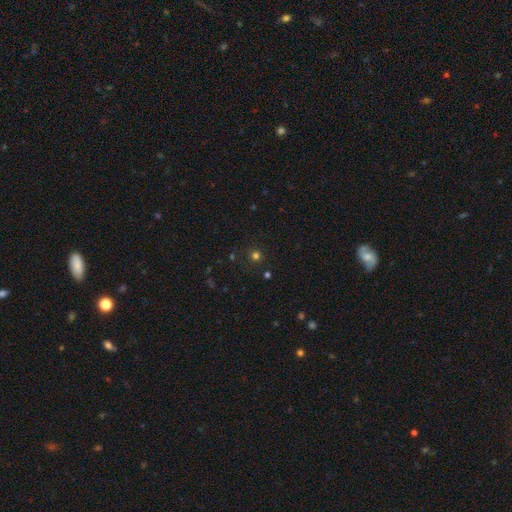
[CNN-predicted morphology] smooth-or-featured: smooth: 70% | star or artifact: 25% | featured or disk: 5%
  how-rounded: round: 93% | in between: 6% | cigar-shaped: 1%
  merging: none: 88% | minor disturbance: 7% | major disturbance: 3% | merger: 2%